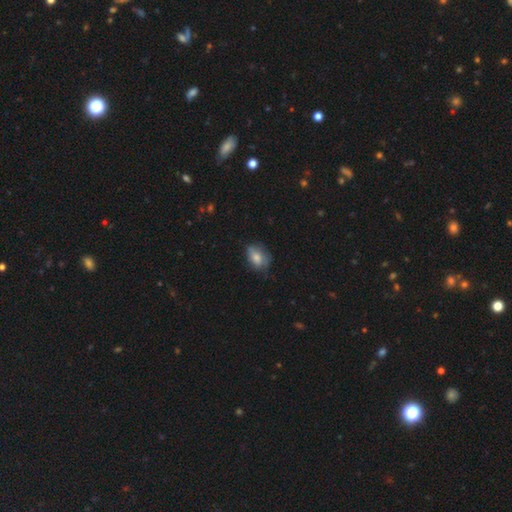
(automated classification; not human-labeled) This appears to be a smooth galaxy with no disk features (70%) that is in between round and cigar-shaped (69%). Merging: none (63%).